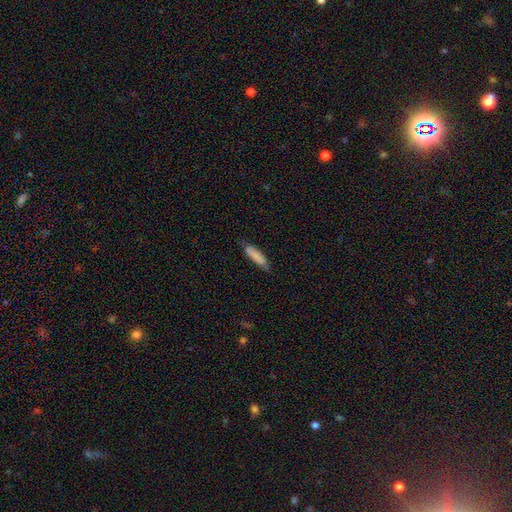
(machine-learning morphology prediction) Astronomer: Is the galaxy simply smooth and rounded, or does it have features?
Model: smooth — 85%.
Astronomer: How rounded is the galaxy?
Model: cigar-shaped — 69%.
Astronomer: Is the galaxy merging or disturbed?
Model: none — 73%.